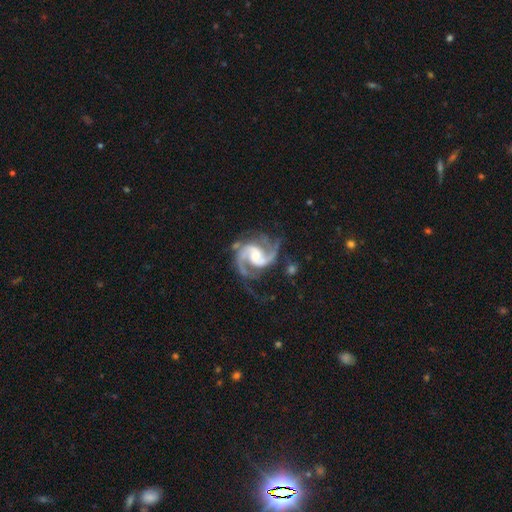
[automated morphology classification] smooth_or_featured: featured or disk (p=0.93) [alt: star or artifact p=0.04]
disk_edge_on: no (p=0.98) [alt: yes p=0.02]
bar: no (p=0.43) [alt: weak p=0.41]
has_spiral_arms: yes (p=0.99) [alt: no p=0.01]
spiral_winding: medium (p=0.61) [alt: tight p=0.20]
spiral_arm_count: 2 (p=0.86) [alt: 3 p=0.07]
bulge_size: moderate (p=0.55) [alt: small p=0.35]
merging: none (p=0.65) [alt: minor disturbance p=0.19]